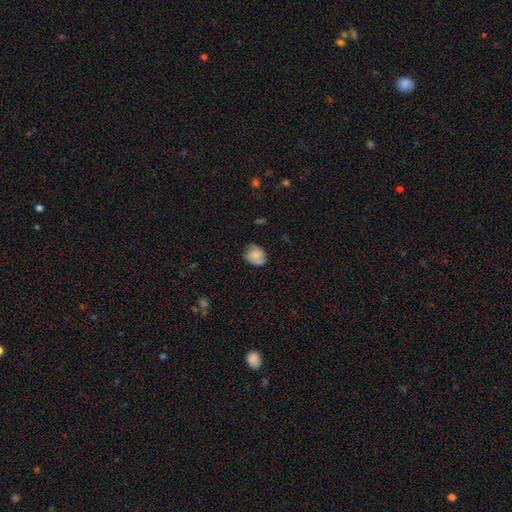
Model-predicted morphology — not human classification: Smooth or featured? smooth (70%)
How rounded? in between (52%)
Merging? none (64%)